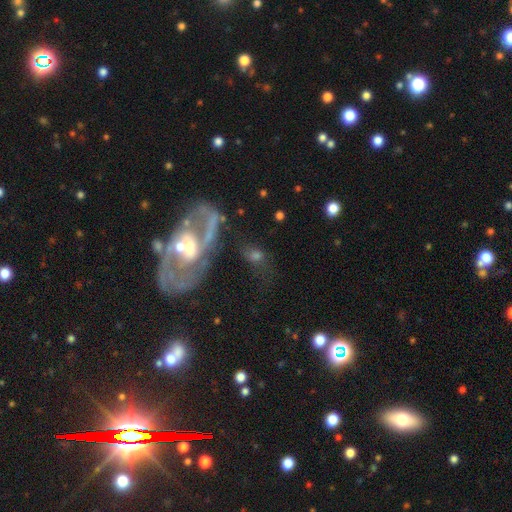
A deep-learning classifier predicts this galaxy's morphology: Smooth or featured: featured or disk — 60% (smooth — 28%)
Edge-on disk: no — 91% (yes — 9%)
Bar: no — 46% (weak — 36%)
Spiral arms: yes — 70% (no — 30%)
Bulge size: moderate — 51% (small — 33%)
Merging: none — 42% (major disturbance — 22%)